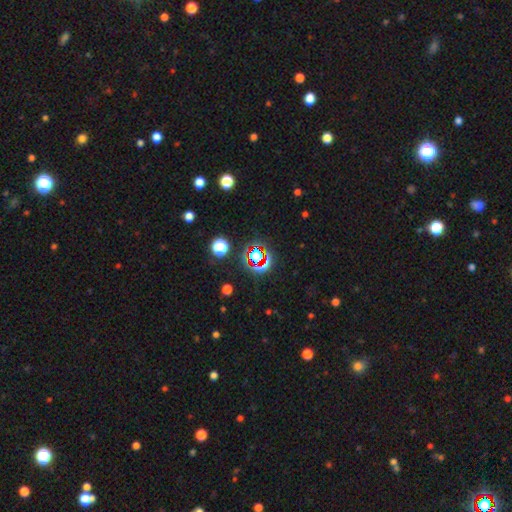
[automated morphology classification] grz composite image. It shows a star or artifact, not a galaxy (69%).